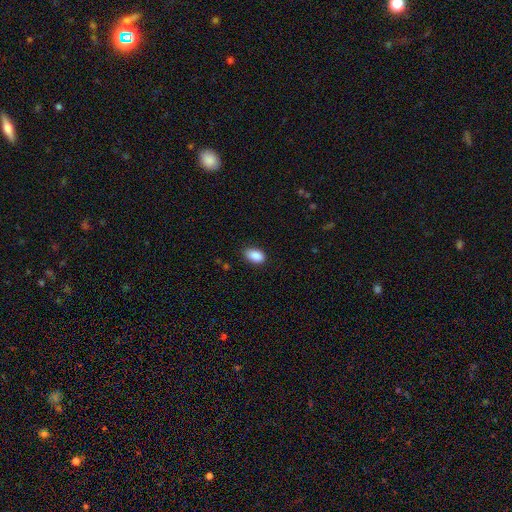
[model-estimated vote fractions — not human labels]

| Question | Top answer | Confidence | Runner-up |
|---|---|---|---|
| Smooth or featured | smooth | 89% | star or artifact (8%) |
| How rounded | in between | 91% | round (8%) |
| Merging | none | 83% | minor disturbance (13%) |